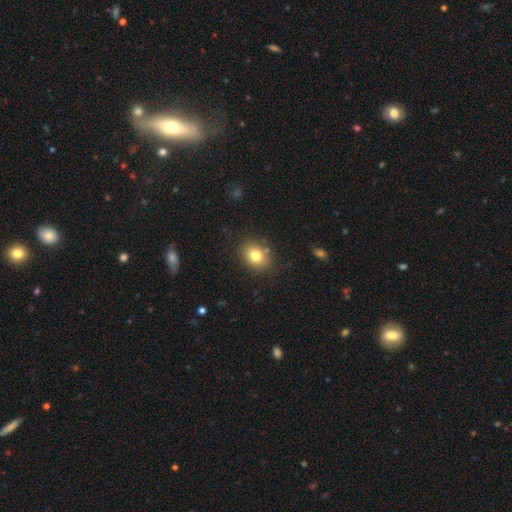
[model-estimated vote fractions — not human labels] The model was most divided on "how rounded": round: 50%, in between: 49%, cigar-shaped: 1%. More confident: merging — none (81%); smooth or featured — smooth (79%).